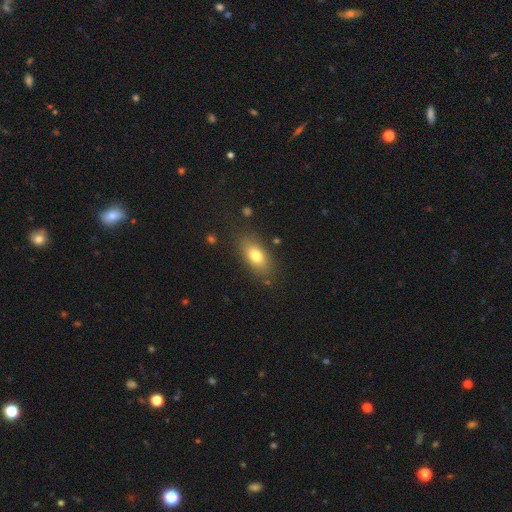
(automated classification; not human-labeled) smooth 76%, featured or disk 15%, star or artifact 9%. Down the decision tree: how rounded — in between (83%); merging — none (81%).